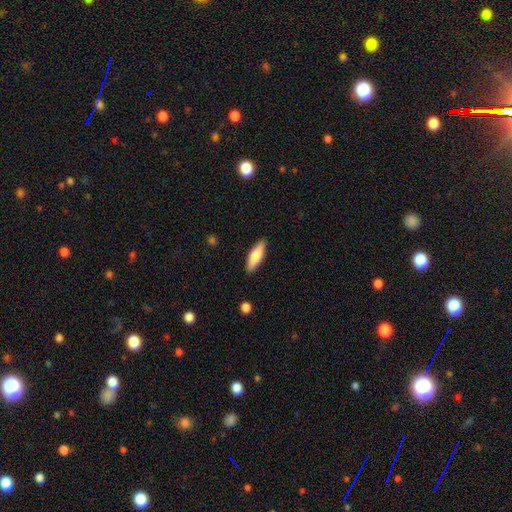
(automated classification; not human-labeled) smooth 79%, featured or disk 15%, star or artifact 6%. Down the decision tree: how rounded — in between (54%); merging — none (88%).